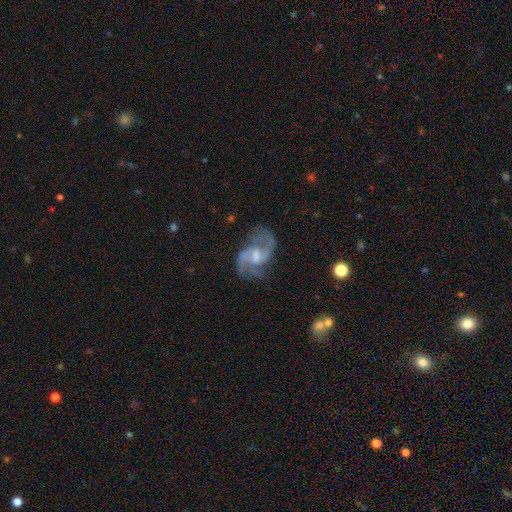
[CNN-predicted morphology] Smooth or featured: featured or disk — 88% (smooth — 7%)
Edge-on disk: no — 98% (yes — 2%)
Bar: weak — 56% (no — 30%)
Spiral arms: yes — 96% (no — 4%)
Spiral winding: medium — 51% (loose — 37%)
Spiral arm count: 2 — 70% (3 — 14%)
Bulge size: moderate — 39% (small — 33%)
Merging: none — 63% (minor disturbance — 19%)